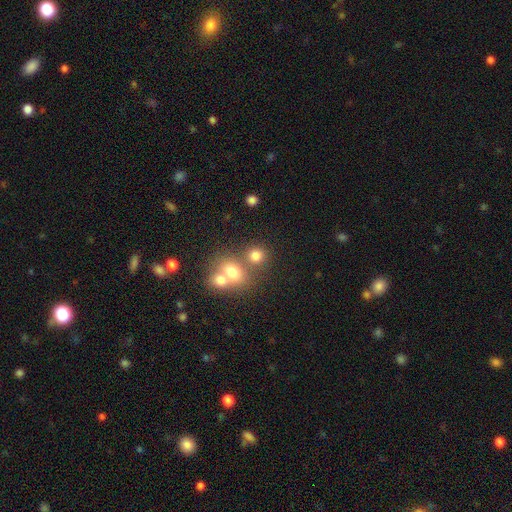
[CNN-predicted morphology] smooth-or-featured: smooth: 74% | star or artifact: 14% | featured or disk: 12%
  how-rounded: round: 76% | in between: 23% | cigar-shaped: 1%
  merging: none: 48% | merger: 40% | minor disturbance: 8% | major disturbance: 4%